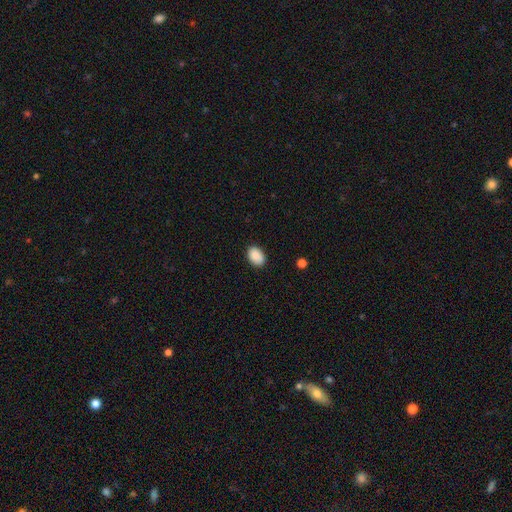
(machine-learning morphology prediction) A smooth galaxy with no disk features (89%) that is in between round and cigar-shaped (85%).

Vote fractions:
- Smooth or featured? smooth: 89% / star or artifact: 7% / featured or disk: 3%
- How rounded? in between: 85% / round: 14% / cigar-shaped: 1%
- Merging? none: 84% / minor disturbance: 12% / major disturbance: 2% / merger: 1%